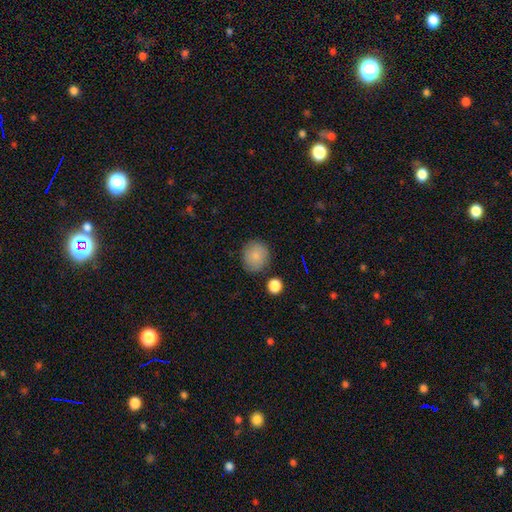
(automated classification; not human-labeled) Overall: smooth (84%). How rounded: round (87%). Merging: none (82%).